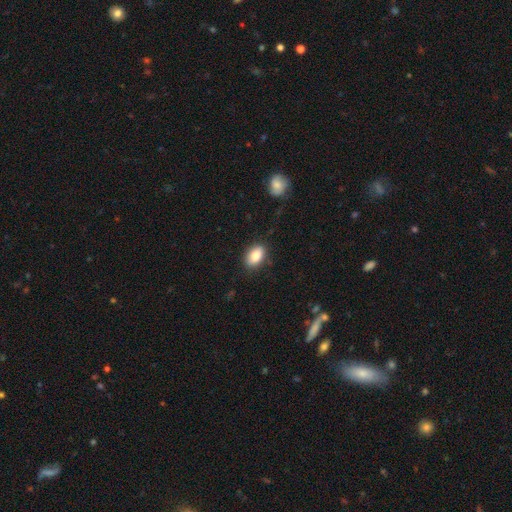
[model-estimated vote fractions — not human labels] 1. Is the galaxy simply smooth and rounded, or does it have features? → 85% smooth, 8% featured or disk, 7% star or artifact.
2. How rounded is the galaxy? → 88% in between, 10% round, 2% cigar-shaped.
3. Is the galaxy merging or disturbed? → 85% none, 11% minor disturbance, 2% major disturbance, 1% merger.